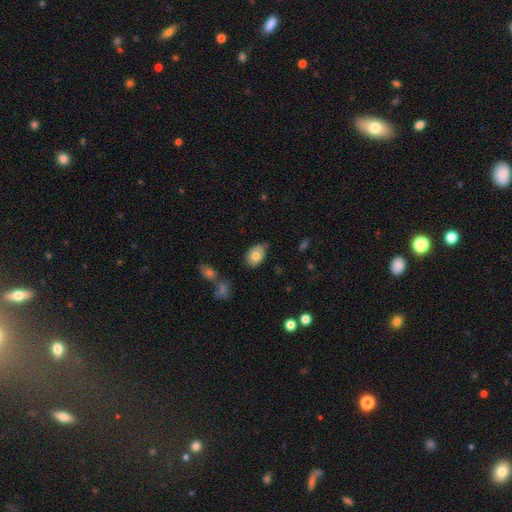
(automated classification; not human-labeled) smooth_or_featured: smooth (p=0.72) [alt: featured or disk p=0.20]
how_rounded: in between (p=0.82) [alt: round p=0.17]
merging: none (p=0.72) [alt: minor disturbance p=0.22]